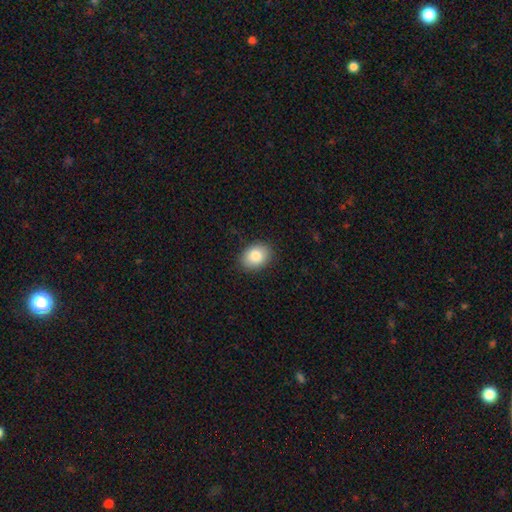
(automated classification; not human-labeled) Smooth or featured? smooth (85%)
How rounded? in between (63%)
Merging? none (87%)